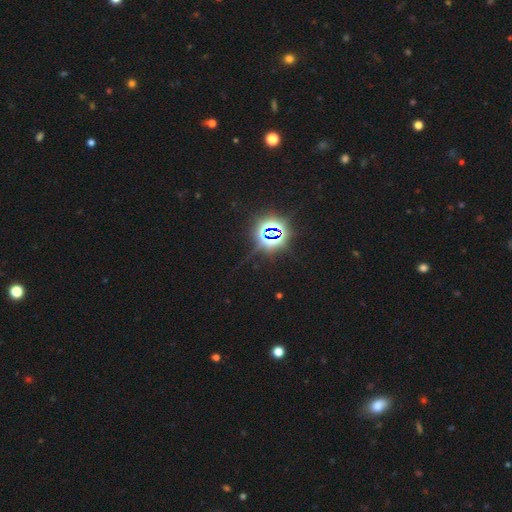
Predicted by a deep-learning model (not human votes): star or artifact 83%, smooth 10%, featured or disk 6%.